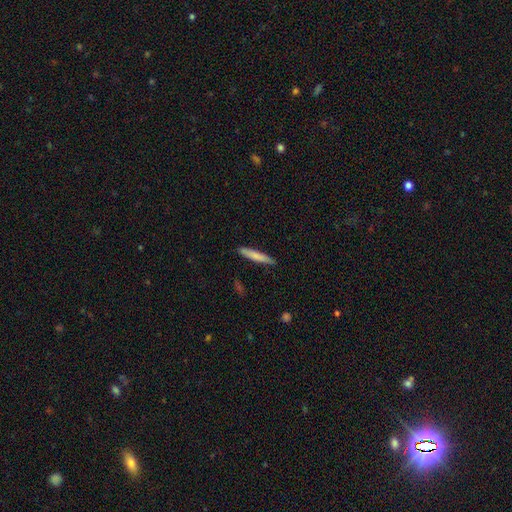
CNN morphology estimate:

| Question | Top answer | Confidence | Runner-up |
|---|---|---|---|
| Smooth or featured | smooth | 77% | featured or disk (17%) |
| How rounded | cigar-shaped | 93% | in between (6%) |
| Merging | none | 87% | minor disturbance (10%) |